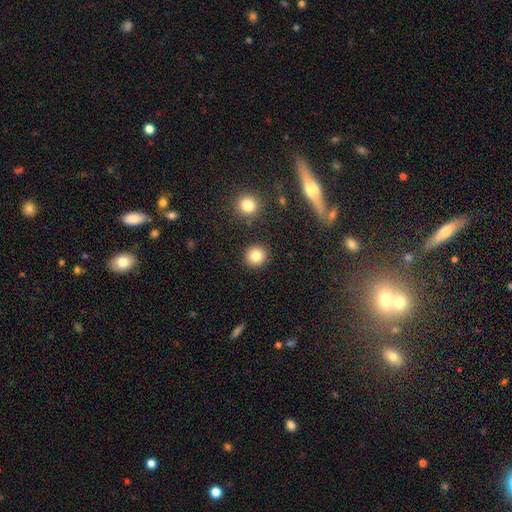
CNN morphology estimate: smooth_or_featured: smooth (p=0.82) [alt: star or artifact p=0.11]
how_rounded: round (p=0.94) [alt: in between p=0.05]
merging: none (p=0.91) [alt: minor disturbance p=0.05]